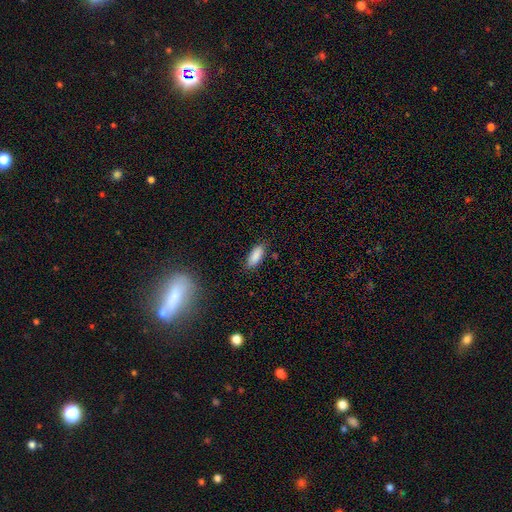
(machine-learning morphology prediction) Smooth or featured: smooth — 87% (star or artifact — 7%)
How rounded: in between — 76% (cigar-shaped — 23%)
Merging: none — 82% (minor disturbance — 13%)